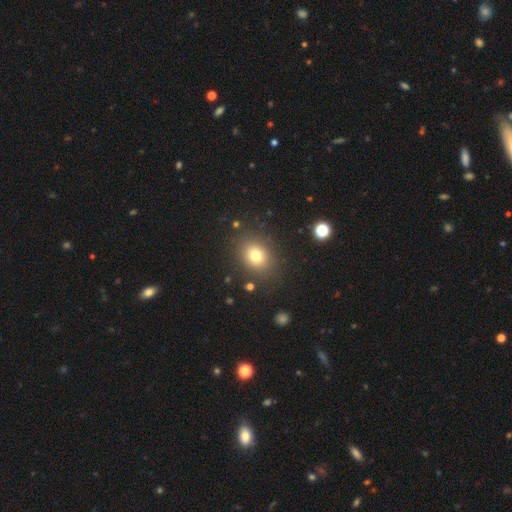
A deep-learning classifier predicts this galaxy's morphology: A smooth galaxy with no disk features (76%) that is round (55%). Merging: none (84%).